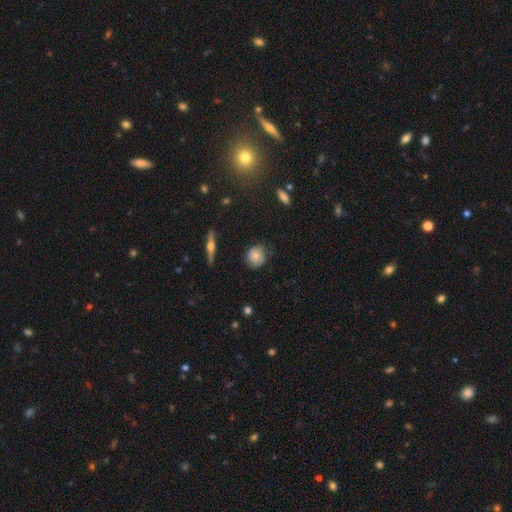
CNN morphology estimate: The model was most divided on "smooth or featured": smooth: 66%, featured or disk: 26%, star or artifact: 8%. More confident: how rounded — round (84%); merging — none (75%).